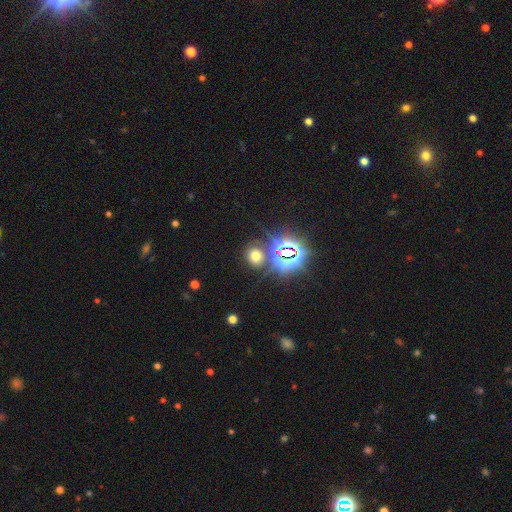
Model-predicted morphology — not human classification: smooth 53%, star or artifact 38%, featured or disk 9%. Down the decision tree: how rounded — round (68%); merging — none (78%).